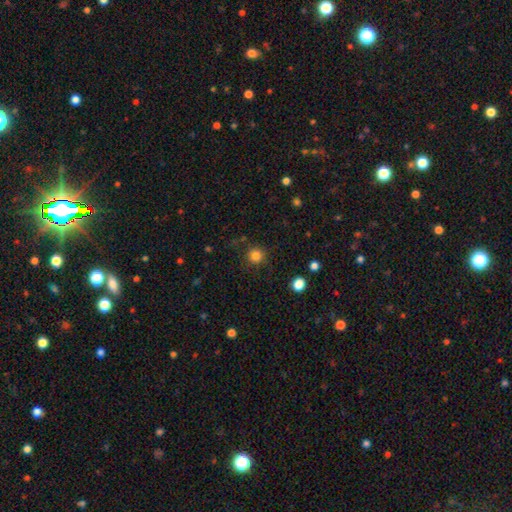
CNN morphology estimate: This appears to be a smooth galaxy with no disk features (82%) that is round (94%). Merging: none (86%).